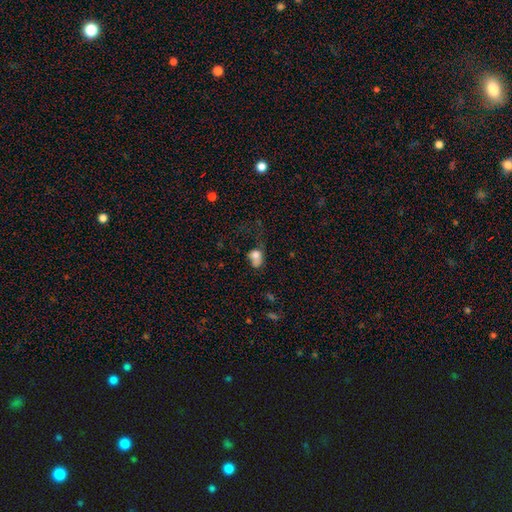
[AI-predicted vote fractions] Overall: smooth (73%). How rounded: in between (61%; round 37%). Merging: major disturbance (36%; minor disturbance 25%).